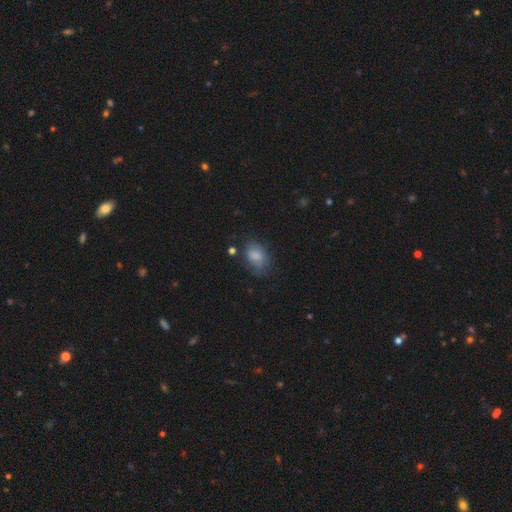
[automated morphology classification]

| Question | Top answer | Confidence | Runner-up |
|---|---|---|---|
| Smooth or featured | smooth | 78% | featured or disk (12%) |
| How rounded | in between | 80% | round (18%) |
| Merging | none | 55% | minor disturbance (29%) |